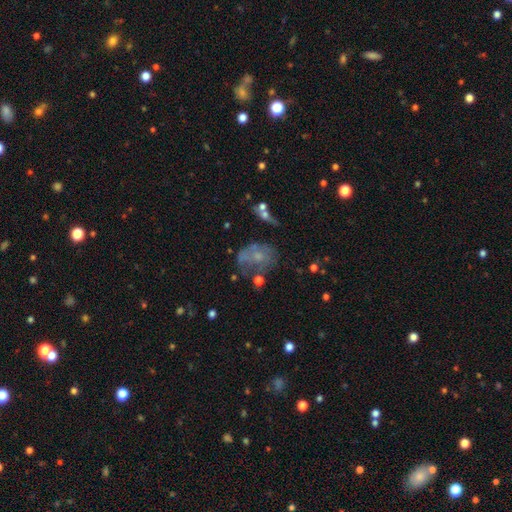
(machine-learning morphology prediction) Overall: featured or disk (43%; smooth 41%). Merging: none (40%; minor disturbance 27%).